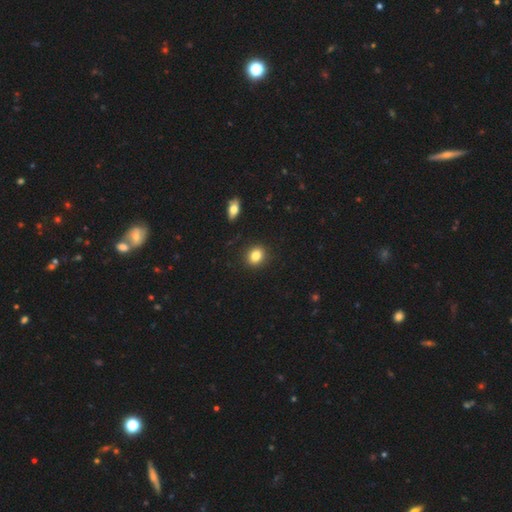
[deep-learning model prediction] Smooth or featured? smooth (84%)
How rounded? round (65%)
Merging? none (90%)